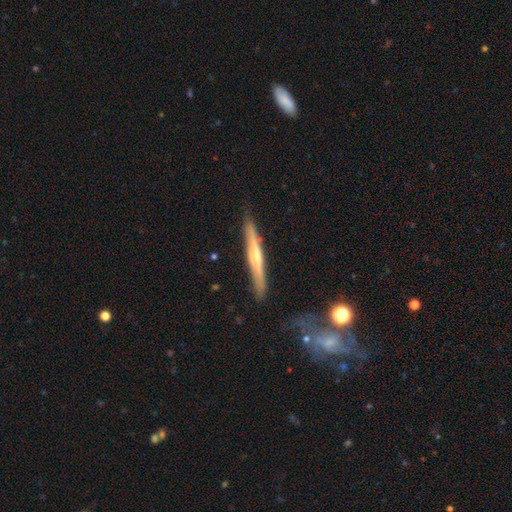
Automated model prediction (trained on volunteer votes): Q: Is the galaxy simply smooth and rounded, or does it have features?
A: featured or disk — 61%.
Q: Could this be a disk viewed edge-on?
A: yes — 95%.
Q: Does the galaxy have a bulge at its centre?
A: rounded — 58%.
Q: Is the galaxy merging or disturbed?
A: none — 85%.